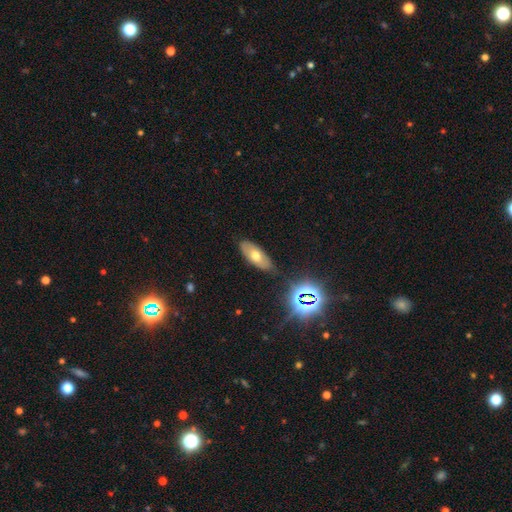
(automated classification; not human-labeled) A smooth galaxy with no disk features (56%) that is in between round and cigar-shaped (83%).

Vote fractions:
- Smooth or featured? smooth: 56% / featured or disk: 32% / star or artifact: 13%
- How rounded? in between: 83% / cigar-shaped: 14% / round: 4%
- Merging? none: 81% / minor disturbance: 14% / major disturbance: 3% / merger: 2%